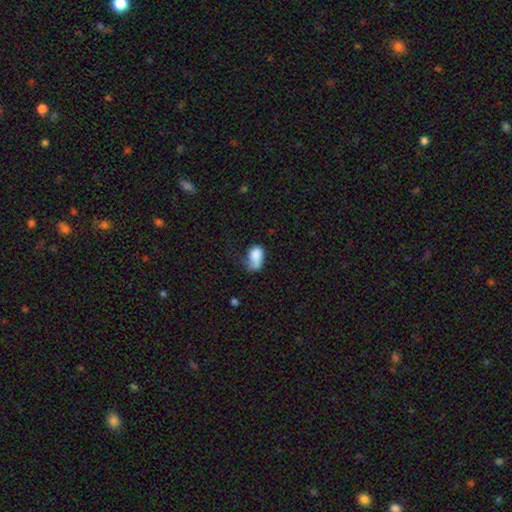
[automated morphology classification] Smooth or featured? Predicted: smooth (p=0.80). How rounded? Predicted: in between (p=0.87). Merging? Predicted: minor disturbance (p=0.32).